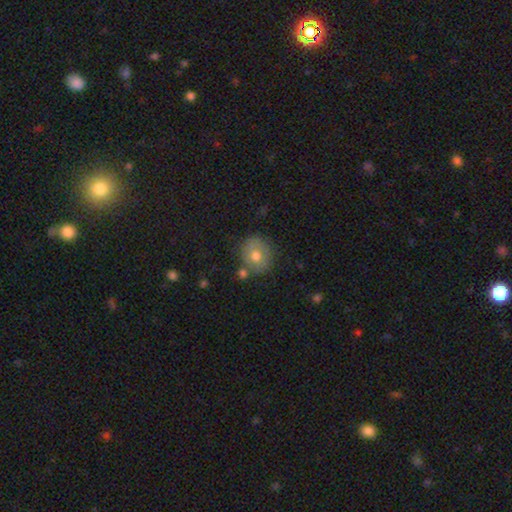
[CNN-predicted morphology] A smooth galaxy with no disk features (66%) that is round (81%).

Vote fractions:
- Smooth or featured? smooth: 66% / featured or disk: 25% / star or artifact: 9%
- How rounded? round: 81% / in between: 18% / cigar-shaped: 1%
- Merging? none: 69% / minor disturbance: 17% / merger: 10% / major disturbance: 5%